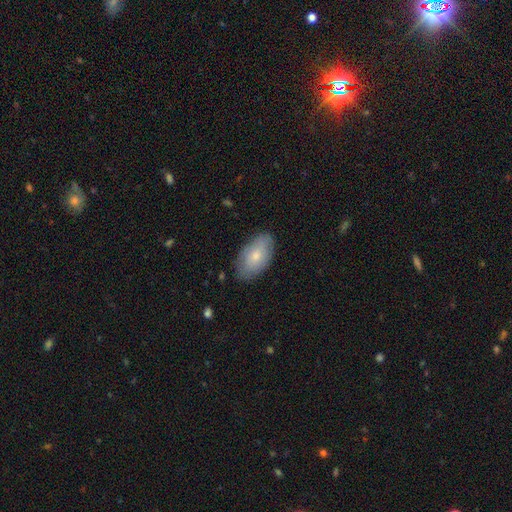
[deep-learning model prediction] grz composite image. It shows a smooth galaxy with no disk features (75%) that is in between round and cigar-shaped (94%). Merging: none (81%).